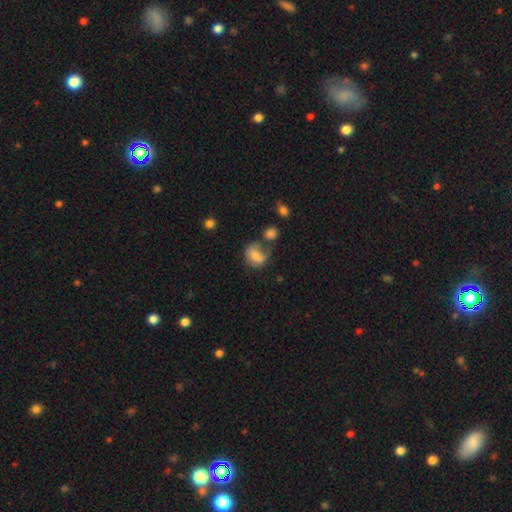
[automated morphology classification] smooth-or-featured: smooth: 69% | featured or disk: 20% | star or artifact: 10%
  how-rounded: in between: 57% | round: 41% | cigar-shaped: 1%
  merging: none: 35% | minor disturbance: 24% | major disturbance: 21% | merger: 20%